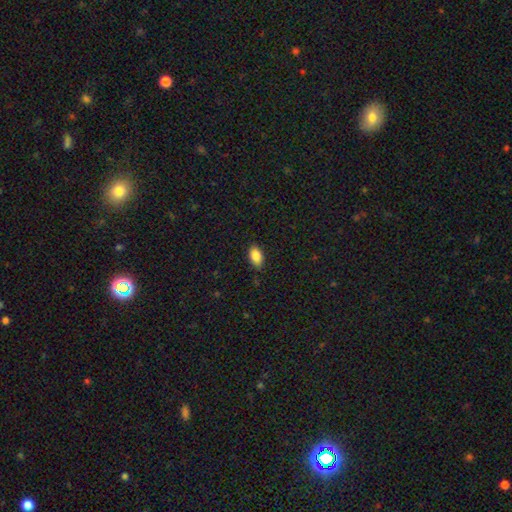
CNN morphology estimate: Q: Smooth or featured?
A: smooth (88%); runner-up: star or artifact (8%)
Q: How rounded?
A: in between (92%); runner-up: round (6%)
Q: Merging?
A: none (85%); runner-up: minor disturbance (12%)